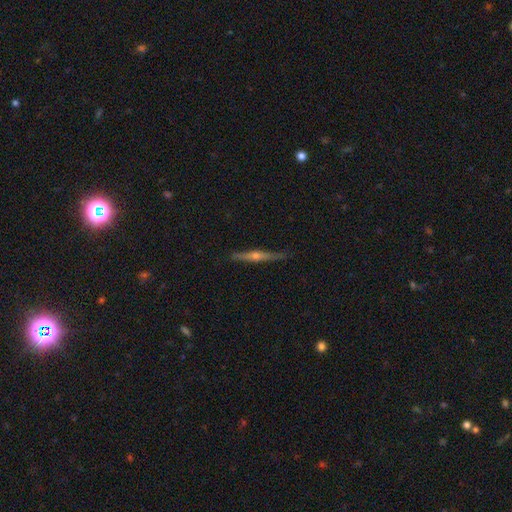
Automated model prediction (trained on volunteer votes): Q: Smooth or featured?
A: featured or disk (79%); runner-up: smooth (15%)
Q: Edge-on disk?
A: yes (98%); runner-up: no (2%)
Q: Edge-on bulge?
A: rounded (88%); runner-up: none (8%)
Q: Merging?
A: none (88%); runner-up: minor disturbance (9%)